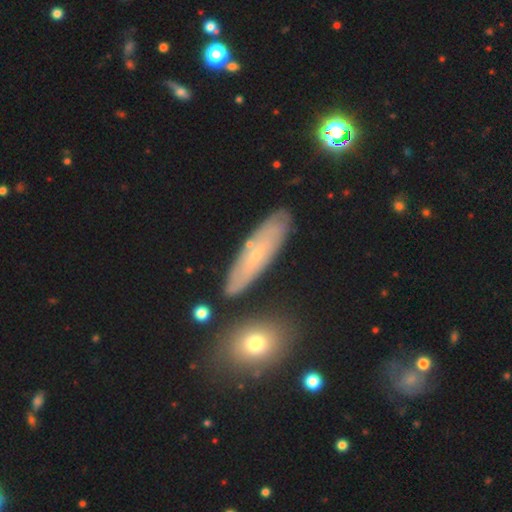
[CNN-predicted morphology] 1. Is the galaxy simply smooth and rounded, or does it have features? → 53% featured or disk, 38% smooth, 9% star or artifact.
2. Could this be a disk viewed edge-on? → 61% no, 39% yes.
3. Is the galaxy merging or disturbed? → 81% none, 12% minor disturbance, 4% merger, 3% major disturbance.